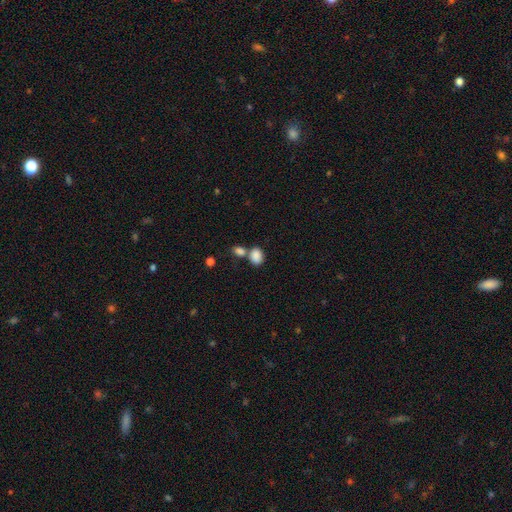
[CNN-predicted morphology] Overall: smooth (87%). How rounded: in between (69%; round 29%). Merging: none (45%; merger 41%).